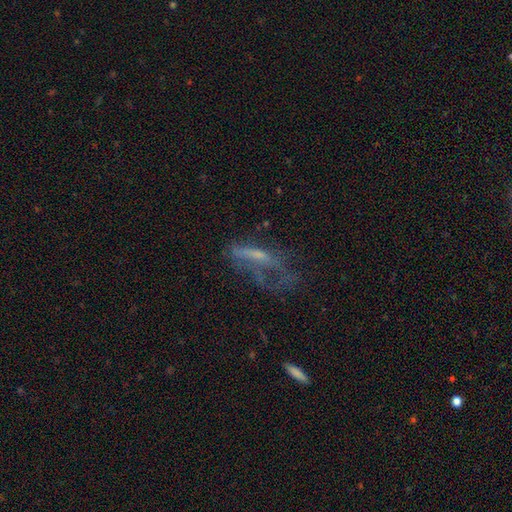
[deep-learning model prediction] A featured or disk galaxy (51%). Merging: major disturbance (47%).